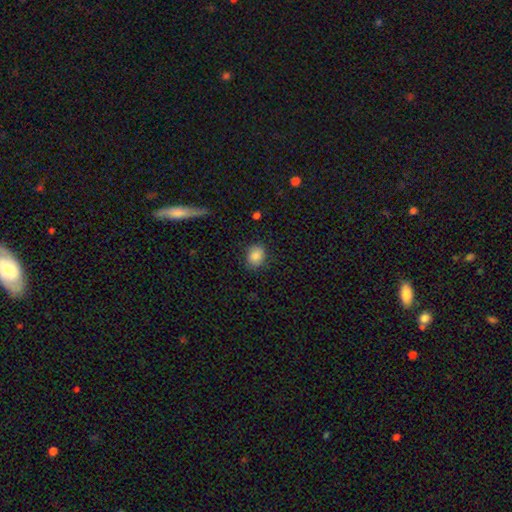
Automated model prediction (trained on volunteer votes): Smooth or featured: smooth — 86% (star or artifact — 9%)
How rounded: round — 54% (in between — 45%)
Merging: none — 80% (minor disturbance — 14%)